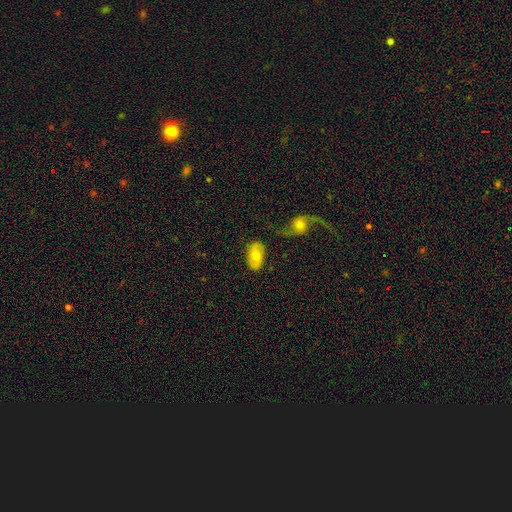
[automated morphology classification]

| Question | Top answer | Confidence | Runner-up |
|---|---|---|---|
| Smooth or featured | smooth | 59% | featured or disk (34%) |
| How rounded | in between | 91% | round (7%) |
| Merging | none | 74% | minor disturbance (14%) |